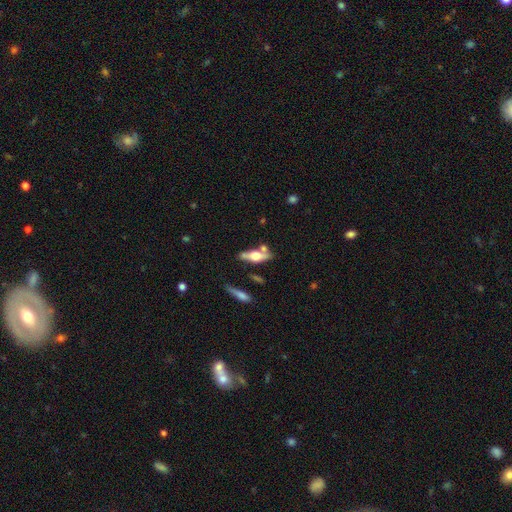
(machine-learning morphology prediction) type=featured or disk (59%); edge-on=yes (89%); edge-on bulge=rounded (93%); merging=none (65%).